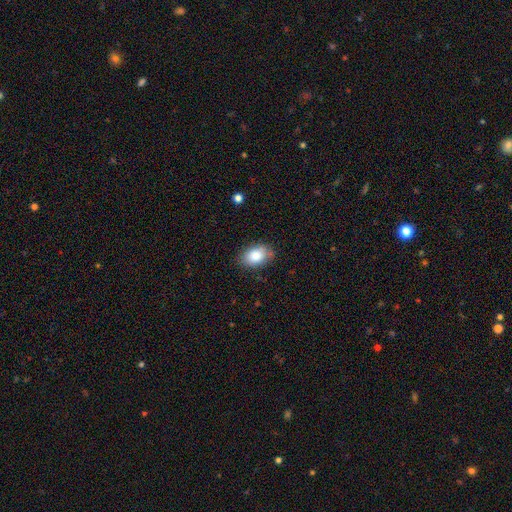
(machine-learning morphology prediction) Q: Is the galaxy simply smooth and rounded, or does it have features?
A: smooth — 85%.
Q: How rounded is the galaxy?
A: in between — 87%.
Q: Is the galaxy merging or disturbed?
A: none — 79%.